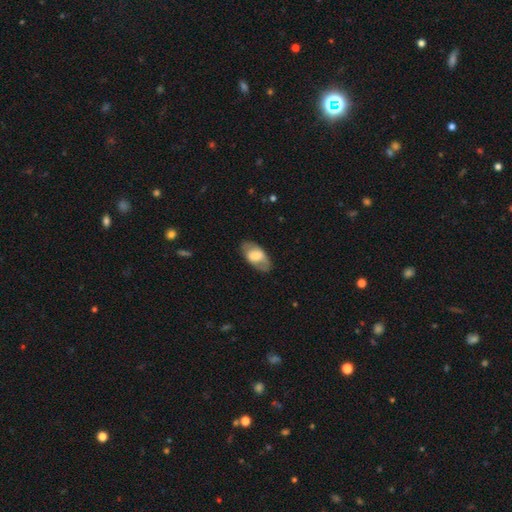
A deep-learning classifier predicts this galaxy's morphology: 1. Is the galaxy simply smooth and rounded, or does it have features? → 59% smooth, 34% featured or disk, 6% star or artifact.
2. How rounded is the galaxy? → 92% in between, 5% round, 3% cigar-shaped.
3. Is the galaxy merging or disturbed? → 77% none, 16% minor disturbance, 6% major disturbance, 1% merger.